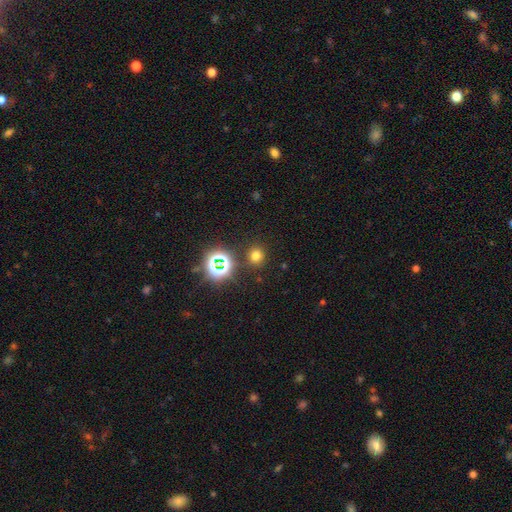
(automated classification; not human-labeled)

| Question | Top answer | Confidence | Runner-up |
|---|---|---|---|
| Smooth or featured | smooth | 68% | star or artifact (26%) |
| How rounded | round | 86% | in between (13%) |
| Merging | none | 86% | minor disturbance (7%) |